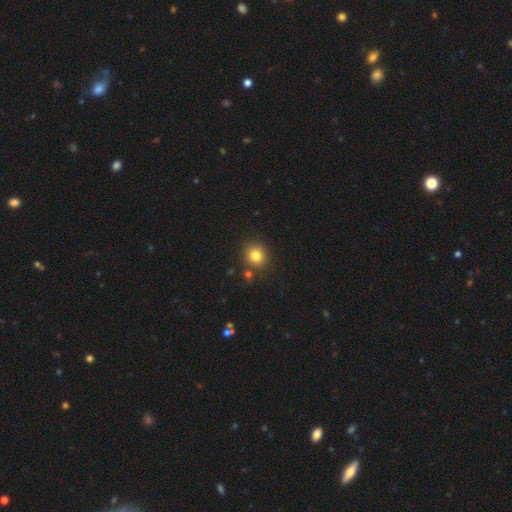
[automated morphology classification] Smooth or featured? smooth (81%)
How rounded? round (89%)
Merging? none (82%)